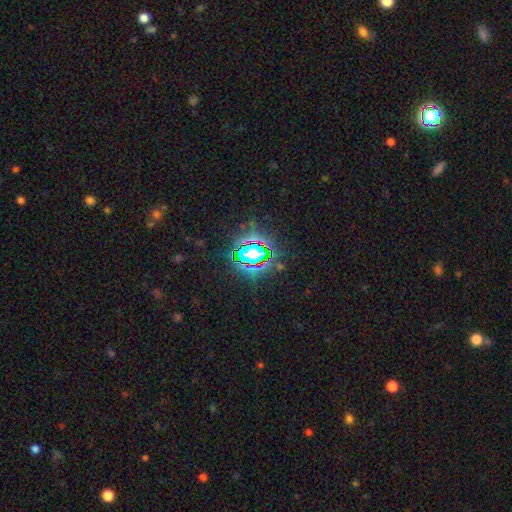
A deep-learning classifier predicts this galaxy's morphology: Q: Smooth or featured?
A: star or artifact (79%); runner-up: smooth (13%)